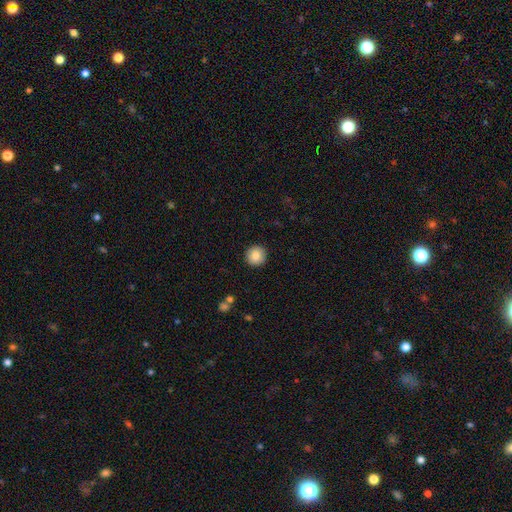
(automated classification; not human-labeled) The model was most divided on "smooth or featured": smooth: 85%, star or artifact: 8%, featured or disk: 7%. More confident: how rounded — round (95%); merging — none (92%).